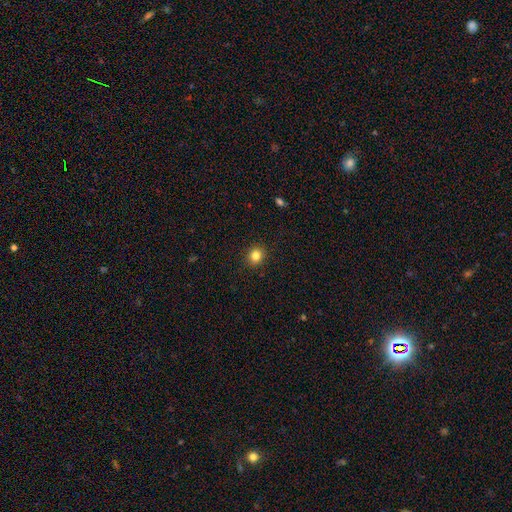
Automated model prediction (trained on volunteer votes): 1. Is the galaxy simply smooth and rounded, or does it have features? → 83% smooth, 11% star or artifact, 6% featured or disk.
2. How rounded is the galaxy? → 81% round, 18% in between, 1% cigar-shaped.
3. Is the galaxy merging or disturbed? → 92% none, 6% minor disturbance, 2% major disturbance, 1% merger.